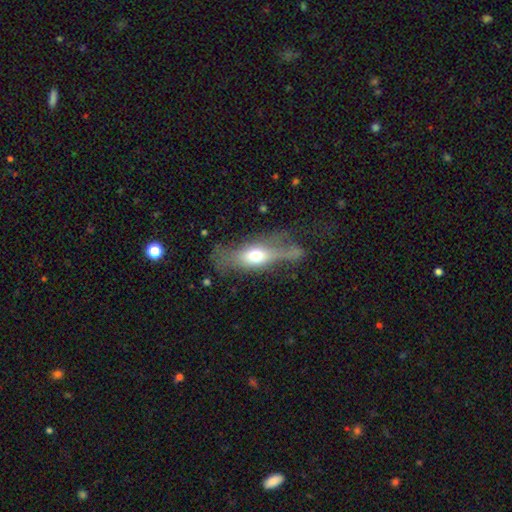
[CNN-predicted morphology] Q: Smooth or featured?
A: smooth (53%); runner-up: featured or disk (38%)
Q: How rounded?
A: in between (64%); runner-up: cigar-shaped (28%)
Q: Merging?
A: none (37%); runner-up: major disturbance (35%)